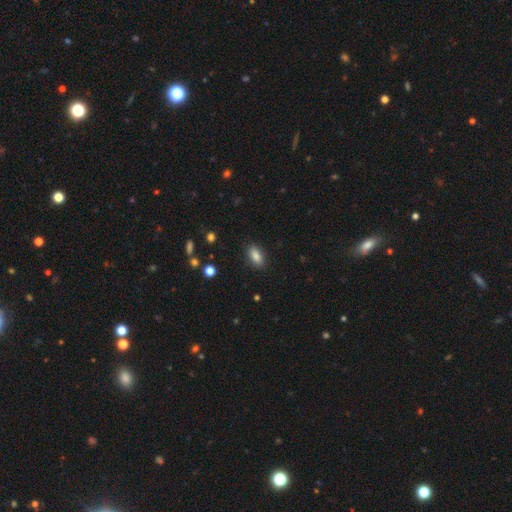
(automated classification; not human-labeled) smooth_or_featured: smooth (p=0.85) [alt: star or artifact p=0.09]
how_rounded: in between (p=0.87) [alt: cigar-shaped p=0.08]
merging: none (p=0.87) [alt: minor disturbance p=0.09]